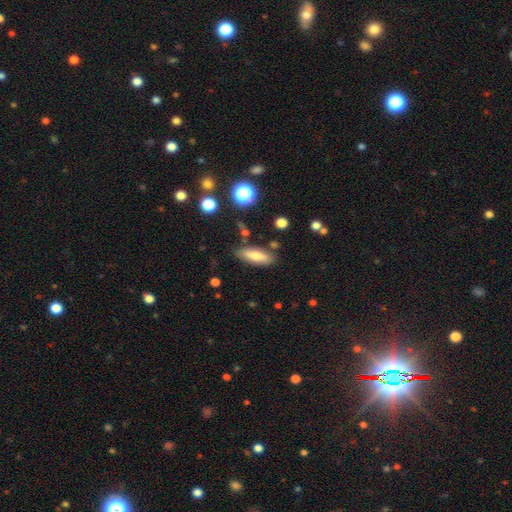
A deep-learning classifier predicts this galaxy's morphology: type=smooth (71%); roundness=in between (51%); merging=none (80%).